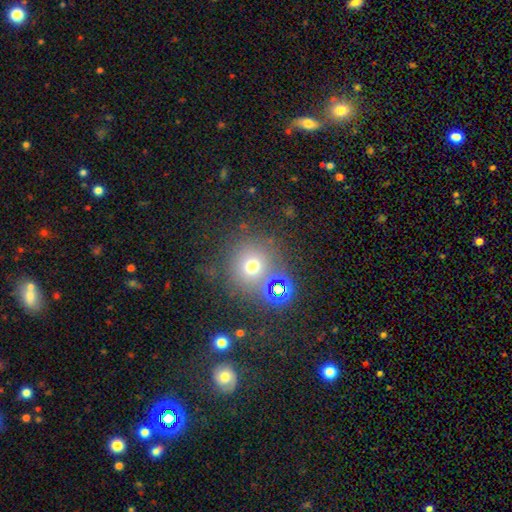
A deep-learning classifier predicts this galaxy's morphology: type=smooth (57%); roundness=round (89%); merging=none (71%).